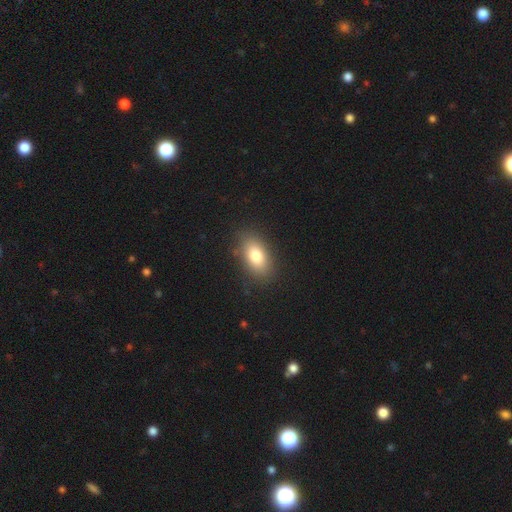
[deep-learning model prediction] smooth_or_featured: smooth (p=0.79) [alt: featured or disk p=0.12]
how_rounded: in between (p=0.88) [alt: round p=0.08]
merging: none (p=0.85) [alt: minor disturbance p=0.11]